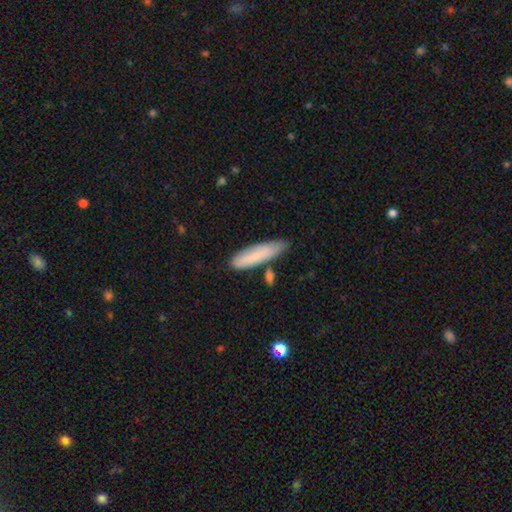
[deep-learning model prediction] This appears to be a smooth galaxy with no disk features (78%) that is cigar-shaped (75%). Merging: none (72%).